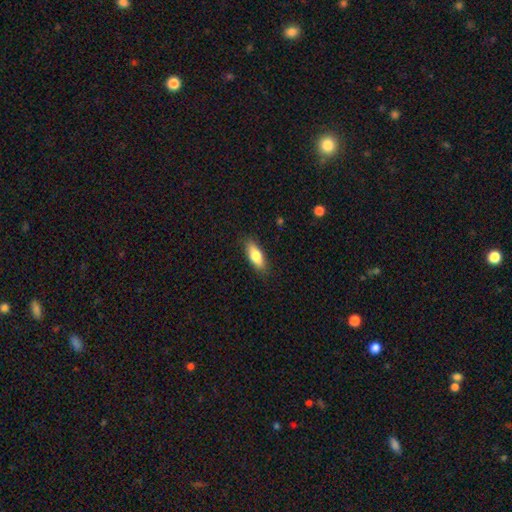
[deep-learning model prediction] smooth_or_featured: smooth (p=0.76) [alt: featured or disk p=0.17]
how_rounded: in between (p=0.70) [alt: cigar-shaped p=0.27]
merging: none (p=0.86) [alt: minor disturbance p=0.11]